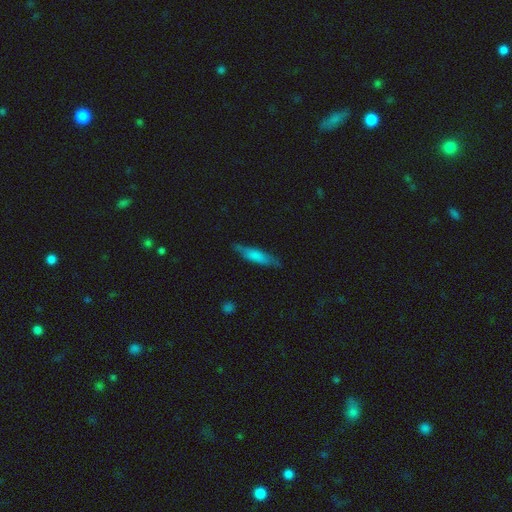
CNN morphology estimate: Smooth or featured? Predicted: smooth (p=0.66). How rounded? Predicted: cigar-shaped (p=0.74). Merging? Predicted: none (p=0.77).